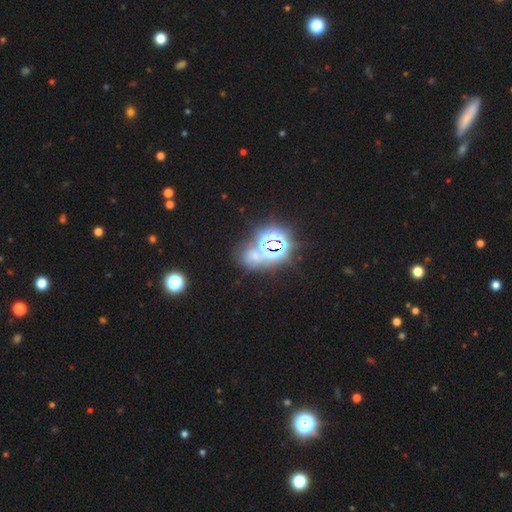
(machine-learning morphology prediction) The model was most divided on "smooth or featured": star or artifact: 65%, smooth: 25%, featured or disk: 11%.